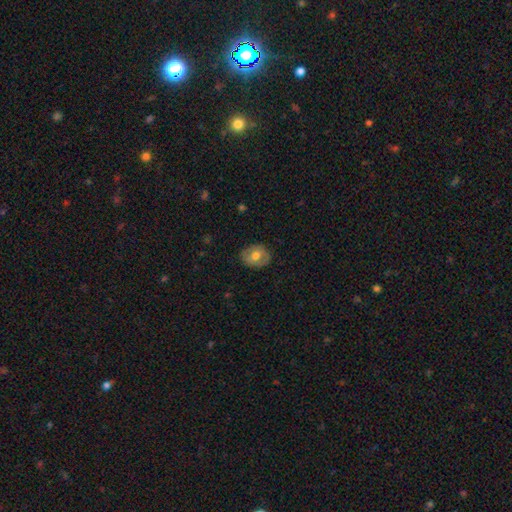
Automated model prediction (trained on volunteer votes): Smooth or featured? smooth (57%)
How rounded? in between (54%)
Merging? none (83%)